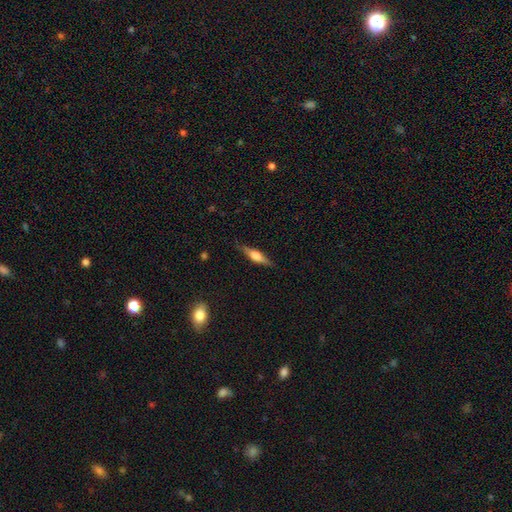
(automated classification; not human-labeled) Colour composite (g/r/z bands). It shows a featured or disk galaxy (56%) viewed edge-on (95%) with a rounded central bulge (80%). Merging: none (84%).